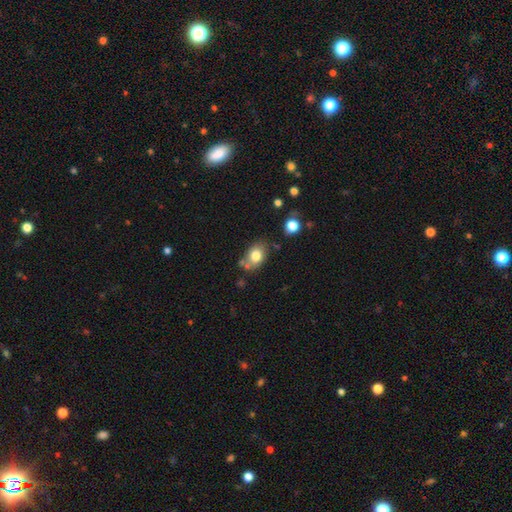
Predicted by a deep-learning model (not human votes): Morphology: type=smooth (77%); roundness=in between (71%); merging=none (63%).